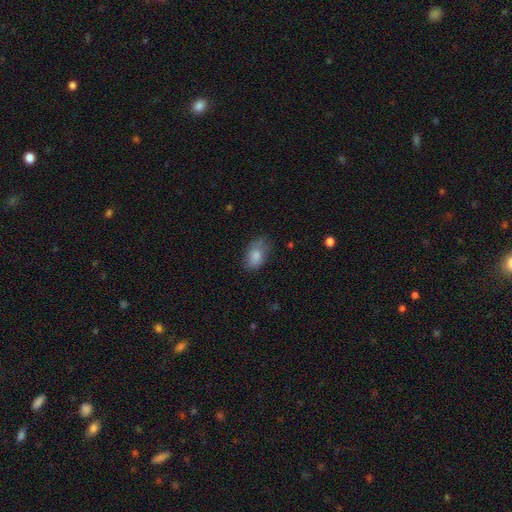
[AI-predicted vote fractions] This is clearly a smooth galaxy (83%). How rounded: clearly in between (89%). Merging: likely none (62%).